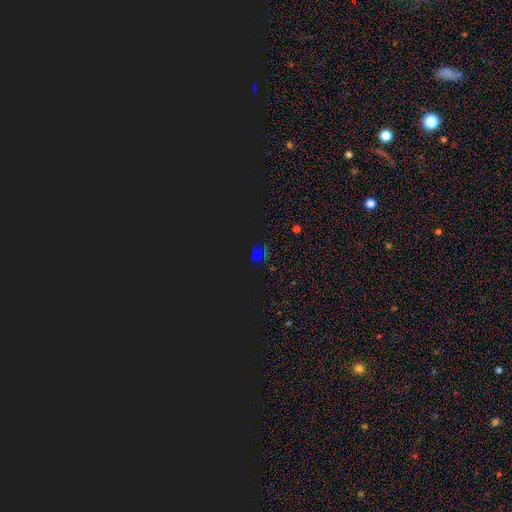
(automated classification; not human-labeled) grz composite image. It shows a star or artifact, not a galaxy (71%).